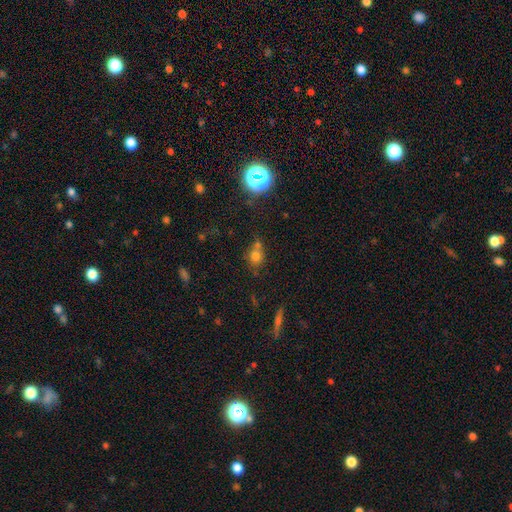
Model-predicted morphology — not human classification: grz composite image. It shows a smooth galaxy with no disk features (70%) that is round (73%). Merging: none (49%).